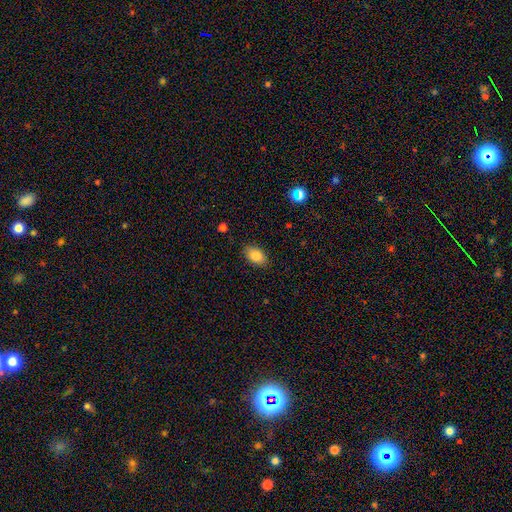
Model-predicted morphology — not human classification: The model was most divided on "merging": none: 85%, minor disturbance: 12%, major disturbance: 3%, merger: 1%. More confident: how rounded — in between (88%); smooth or featured — smooth (86%).